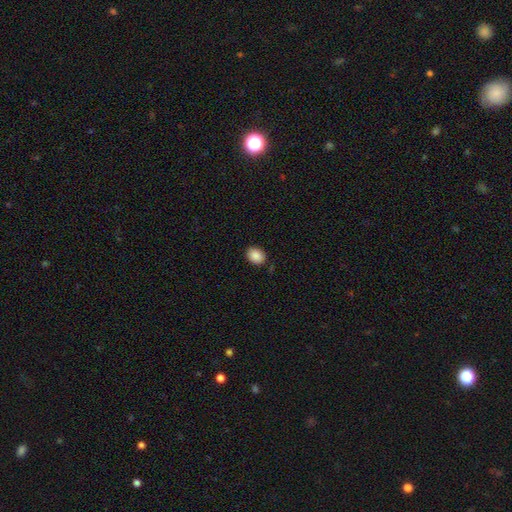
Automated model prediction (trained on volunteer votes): This is clearly a smooth galaxy (89%). How rounded: possibly in between (58%). Merging: clearly none (86%).